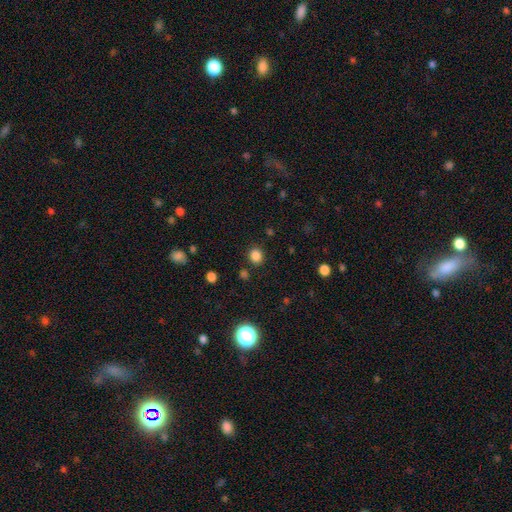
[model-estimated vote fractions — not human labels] Q: Smooth or featured?
A: smooth (83%); runner-up: star or artifact (14%)
Q: How rounded?
A: round (77%); runner-up: in between (22%)
Q: Merging?
A: none (87%); runner-up: minor disturbance (8%)